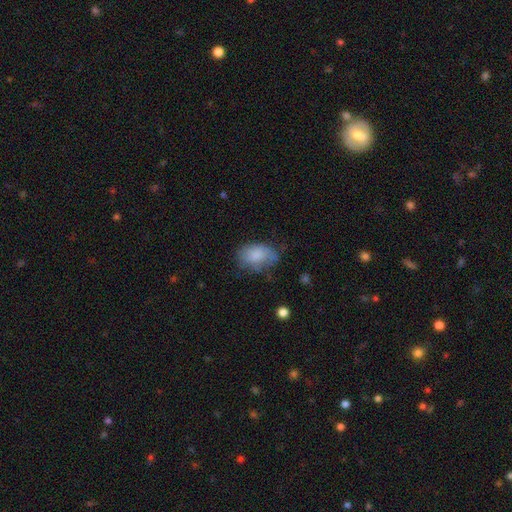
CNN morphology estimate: A smooth galaxy with no disk features (72%) that is in between round and cigar-shaped (80%). Merging: none (58%).